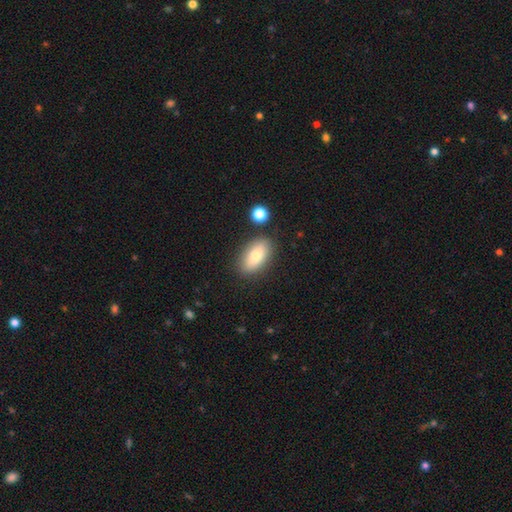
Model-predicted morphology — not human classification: Smooth or featured?
  - smooth: 77% *
  - featured or disk: 15%
  - star or artifact: 8%
How rounded?
  - in between: 89% *
  - cigar-shaped: 7%
  - round: 5%
Merging?
  - none: 83% *
  - minor disturbance: 10%
  - merger: 4%
  - major disturbance: 3%